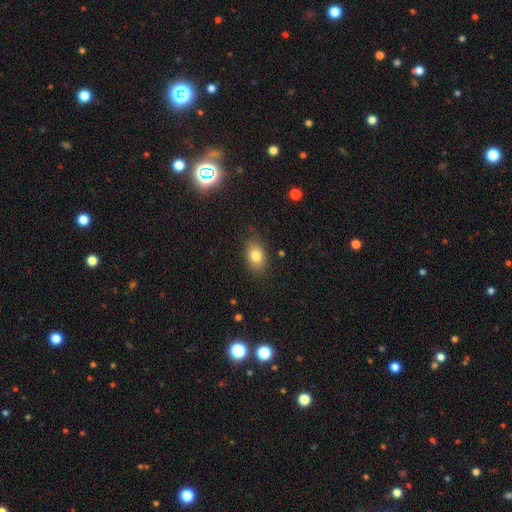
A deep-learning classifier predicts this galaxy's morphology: A smooth galaxy with no disk features (81%) that is in between round and cigar-shaped (83%).

Vote fractions:
- Smooth or featured? smooth: 81% / featured or disk: 10% / star or artifact: 10%
- How rounded? in between: 83% / round: 16% / cigar-shaped: 2%
- Merging? none: 85% / minor disturbance: 11% / major disturbance: 3% / merger: 1%